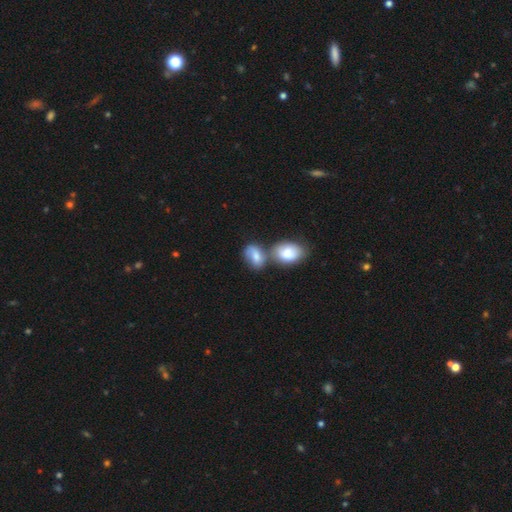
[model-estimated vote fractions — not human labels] A smooth galaxy with no disk features (68%) that is in between round and cigar-shaped (80%).

Vote fractions:
- Smooth or featured? smooth: 68% / featured or disk: 22% / star or artifact: 9%
- How rounded? in between: 80% / round: 18% / cigar-shaped: 2%
- Merging? merger: 49% / none: 29% / minor disturbance: 15% / major disturbance: 7%